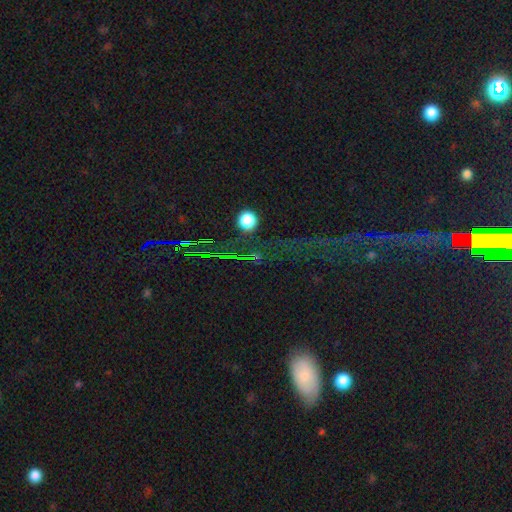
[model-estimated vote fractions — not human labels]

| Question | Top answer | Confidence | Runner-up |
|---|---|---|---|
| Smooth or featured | star or artifact | 60% | smooth (30%) |